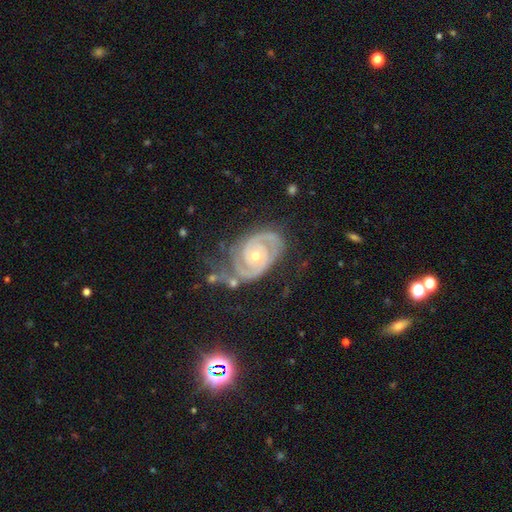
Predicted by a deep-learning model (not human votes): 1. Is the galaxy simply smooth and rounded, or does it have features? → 92% featured or disk, 5% star or artifact, 3% smooth.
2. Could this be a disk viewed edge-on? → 97% no, 3% yes.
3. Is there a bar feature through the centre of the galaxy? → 71% no, 21% weak, 8% strong.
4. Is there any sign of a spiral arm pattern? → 98% yes, 2% no.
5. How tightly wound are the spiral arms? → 73% tight, 23% medium, 4% loose.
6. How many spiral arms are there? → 82% 2, 7% 3, 5% can't tell, 2% 1, 2% 4, 2% more than 4.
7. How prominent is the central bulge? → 51% moderate, 46% small, 1% large, 1% none, 1% dominant.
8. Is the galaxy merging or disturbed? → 62% none, 23% minor disturbance, 12% major disturbance, 4% merger.